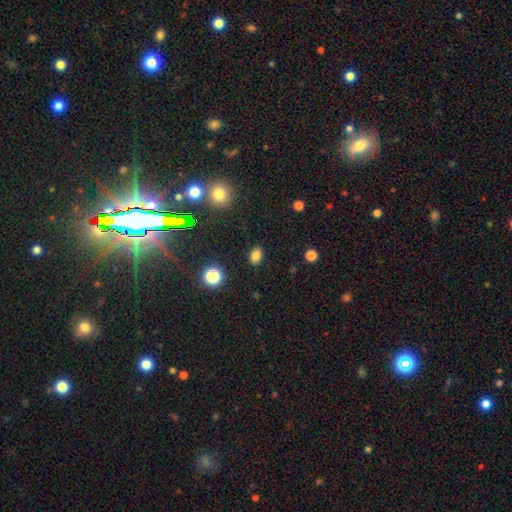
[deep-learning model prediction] smooth 80%, star or artifact 14%, featured or disk 6%. Down the decision tree: how rounded — in between (76%); merging — none (87%).